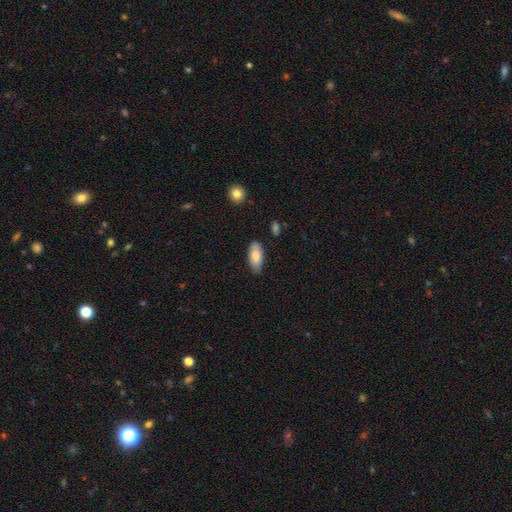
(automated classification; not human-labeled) A smooth galaxy with no disk features (82%) that is in between round and cigar-shaped (90%). Merging: none (80%).